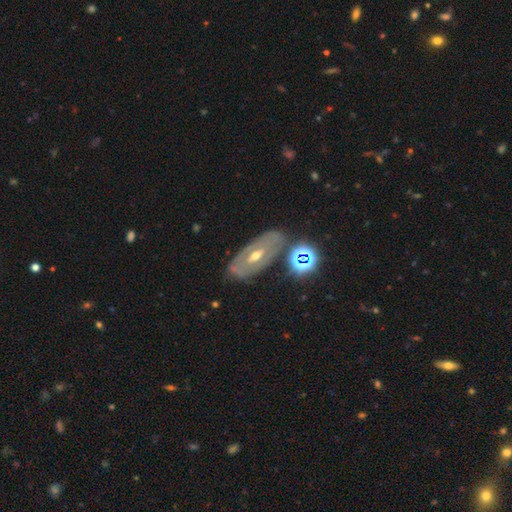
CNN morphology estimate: Smooth or featured? Predicted: featured or disk (p=0.71). Edge-on disk? Predicted: no (p=0.87). Bar? Predicted: weak (p=0.39). Spiral arms? Predicted: no (p=0.50, tied with yes). Bulge size? Predicted: moderate (p=0.61). Merging? Predicted: none (p=0.74).